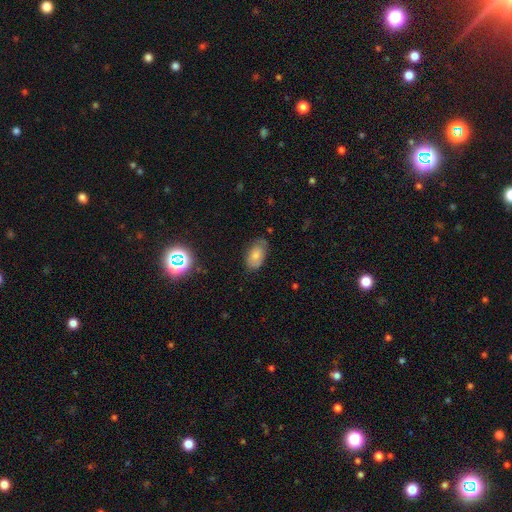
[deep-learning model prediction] Morphology: type=smooth (73%); roundness=in between (92%); merging=none (70%).